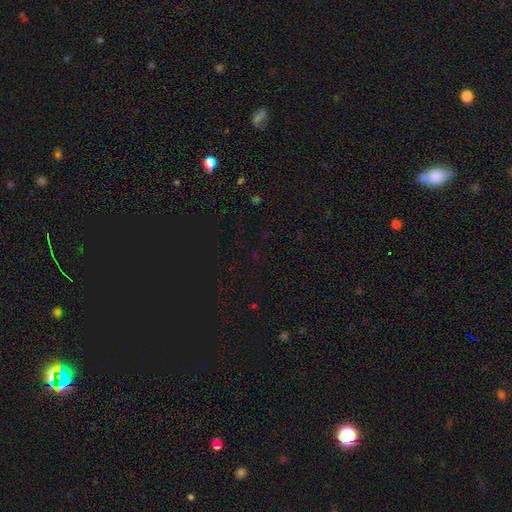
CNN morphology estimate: smooth_or_featured: star or artifact (p=0.72) [alt: smooth p=0.21]